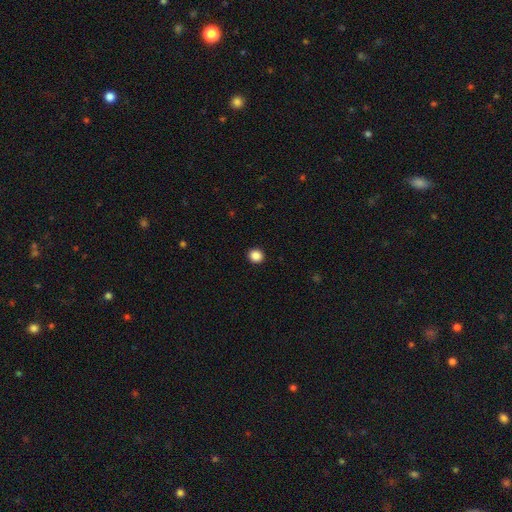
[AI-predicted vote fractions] smooth-or-featured: smooth: 87% | star or artifact: 10% | featured or disk: 3%
  how-rounded: round: 87% | in between: 12% | cigar-shaped: 1%
  merging: none: 93% | minor disturbance: 4% | major disturbance: 2% | merger: 1%